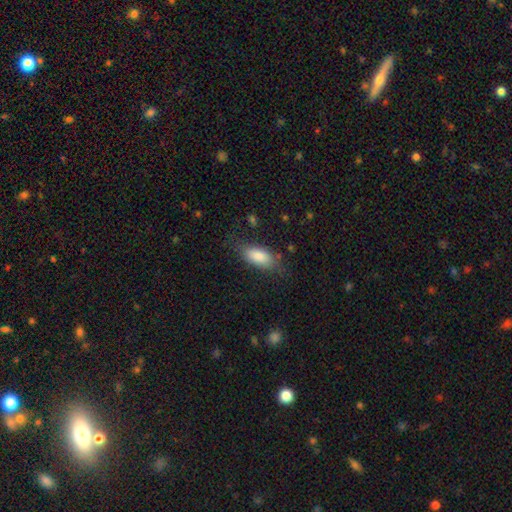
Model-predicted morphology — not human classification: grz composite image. It shows a smooth galaxy with no disk features (82%) that is in between round and cigar-shaped (82%). Merging: none (73%).